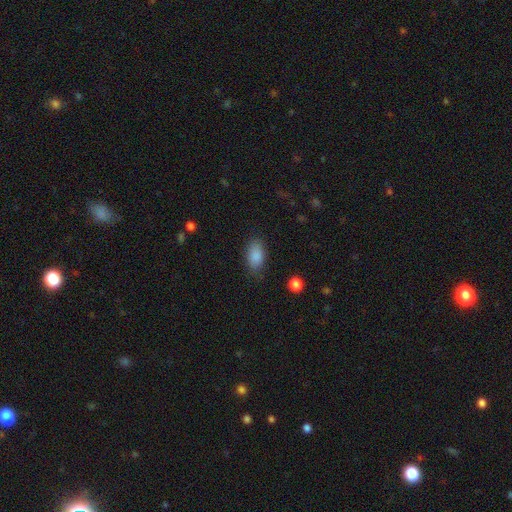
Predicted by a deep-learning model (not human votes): This appears to be a smooth galaxy with no disk features (87%) that is in between round and cigar-shaped (92%). Merging: none (80%).